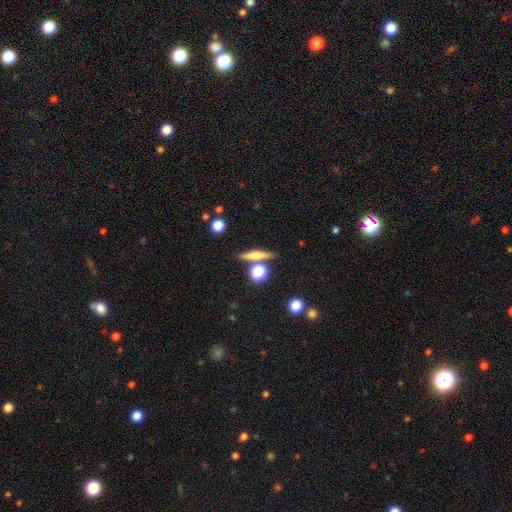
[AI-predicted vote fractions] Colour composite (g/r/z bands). It shows a smooth galaxy with no disk features (54%) that is cigar-shaped (74%). Merging: none (76%).